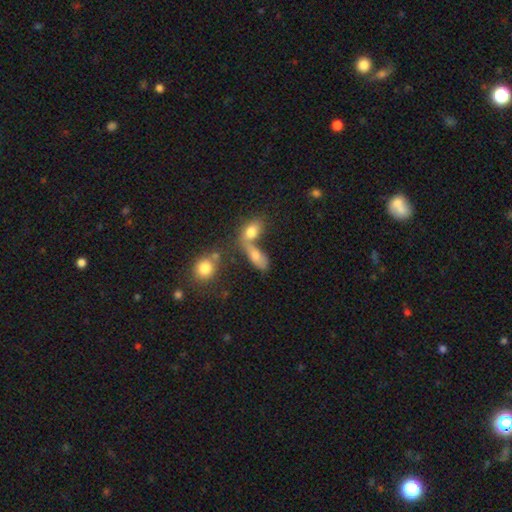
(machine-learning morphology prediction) Q: Smooth or featured?
A: smooth (70%); runner-up: featured or disk (18%)
Q: How rounded?
A: in between (77%); runner-up: cigar-shaped (13%)
Q: Merging?
A: merger (50%); runner-up: none (32%)